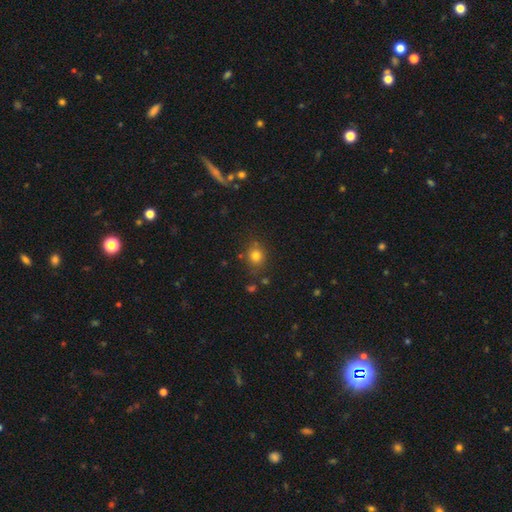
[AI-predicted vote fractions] This is likely a smooth galaxy (78%). How rounded: likely round (70%). Merging: likely none (76%).